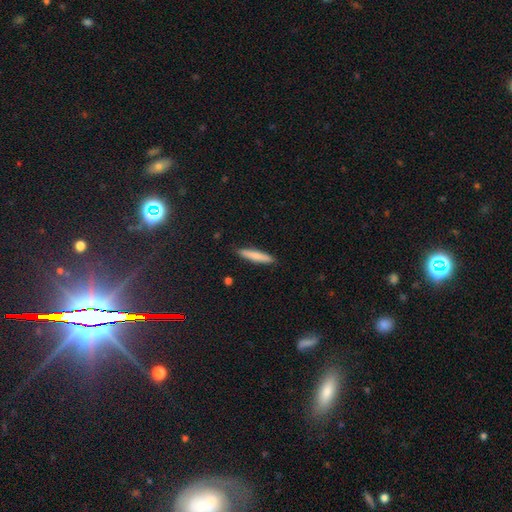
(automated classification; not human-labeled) Q: Smooth or featured?
A: smooth (80%); runner-up: featured or disk (14%)
Q: How rounded?
A: cigar-shaped (89%); runner-up: in between (10%)
Q: Merging?
A: none (88%); runner-up: minor disturbance (9%)